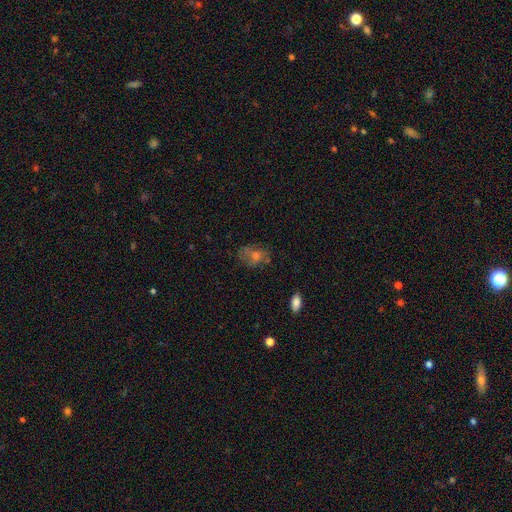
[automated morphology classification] smooth-or-featured: featured or disk: 42% | smooth: 40% | star or artifact: 18%
  merging: none: 68% | minor disturbance: 20% | major disturbance: 9% | merger: 2%